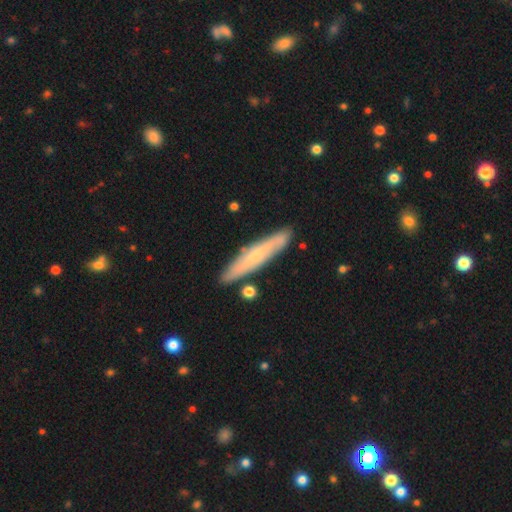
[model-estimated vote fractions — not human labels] A smooth galaxy with no disk features (52%) that is cigar-shaped (91%). Merging: none (86%).